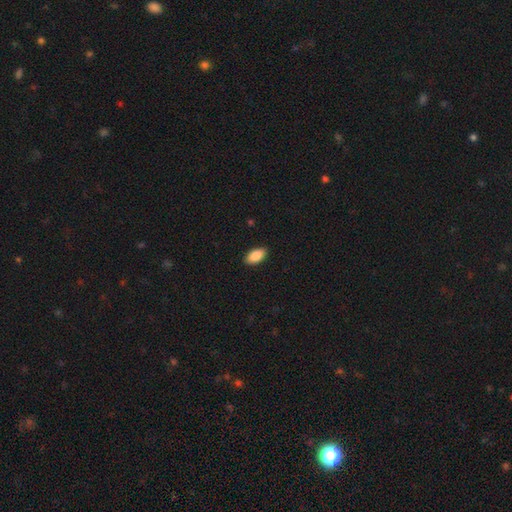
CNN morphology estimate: Smooth or featured?
  - smooth: 89% *
  - star or artifact: 7%
  - featured or disk: 5%
How rounded?
  - in between: 94% *
  - cigar-shaped: 3%
  - round: 3%
Merging?
  - none: 89% *
  - minor disturbance: 8%
  - major disturbance: 2%
  - merger: 1%